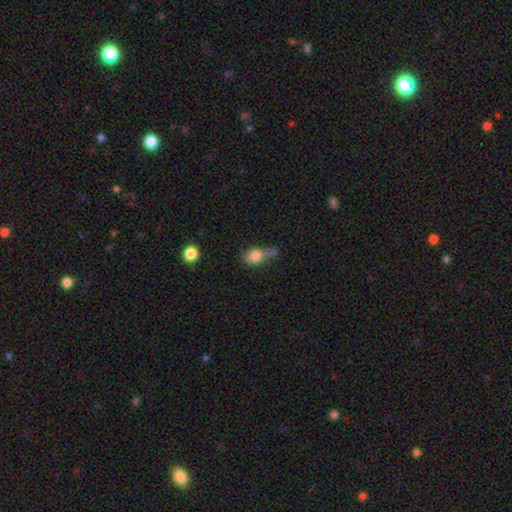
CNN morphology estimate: This is likely a smooth galaxy (75%). How rounded: possibly in between (52%). Merging: marginally none (29%).